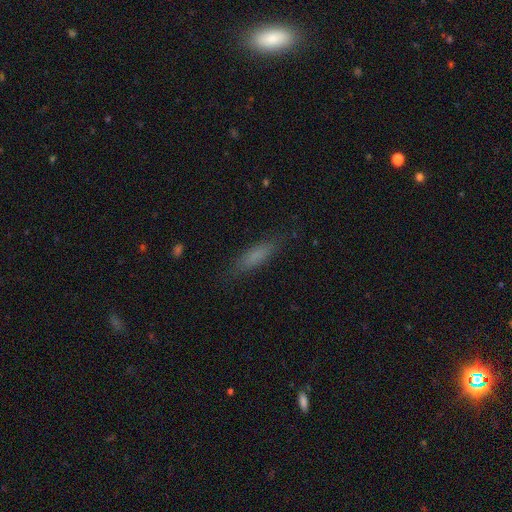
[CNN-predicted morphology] This appears to be a smooth galaxy with no disk features (72%) that is cigar-shaped (69%). Merging: none (80%).